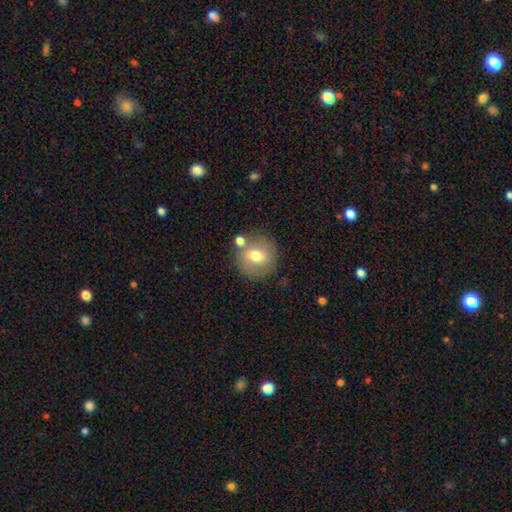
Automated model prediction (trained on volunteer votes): Smooth or featured?
  - smooth: 68% *
  - featured or disk: 23%
  - star or artifact: 9%
How rounded?
  - round: 88% *
  - in between: 11%
  - cigar-shaped: 1%
Merging?
  - none: 71% *
  - minor disturbance: 13%
  - merger: 12%
  - major disturbance: 4%